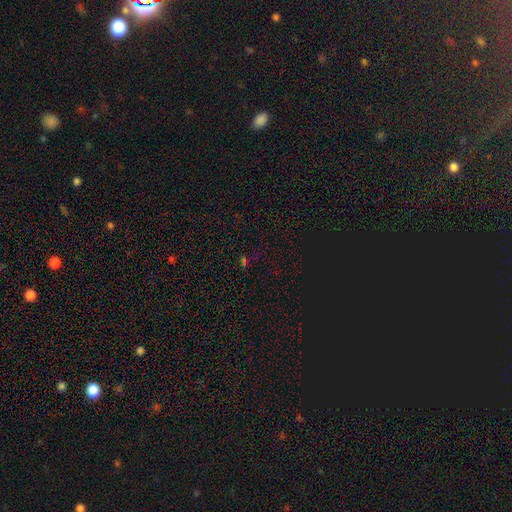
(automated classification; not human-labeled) Smooth or featured?
  - star or artifact: 62% *
  - smooth: 31%
  - featured or disk: 8%